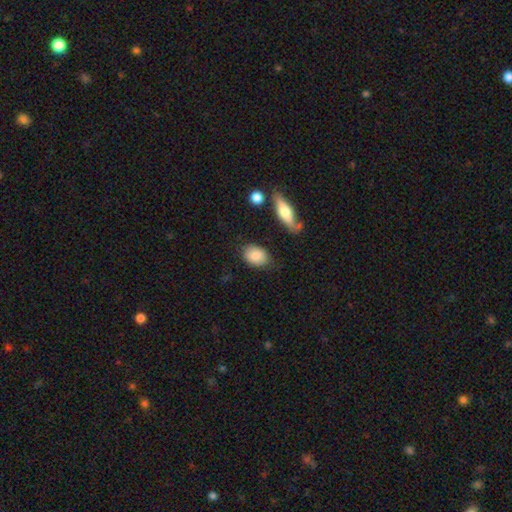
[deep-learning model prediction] Smooth or featured: smooth — 84% (featured or disk — 10%)
How rounded: in between — 78% (round — 20%)
Merging: none — 78% (minor disturbance — 15%)